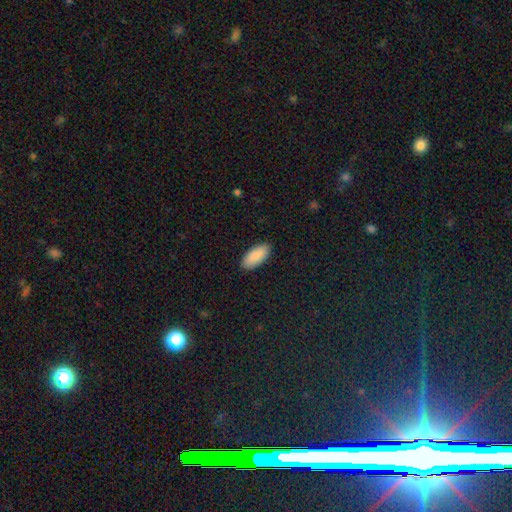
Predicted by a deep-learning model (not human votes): Overall: smooth (89%). How rounded: in between (90%). Merging: none (89%).